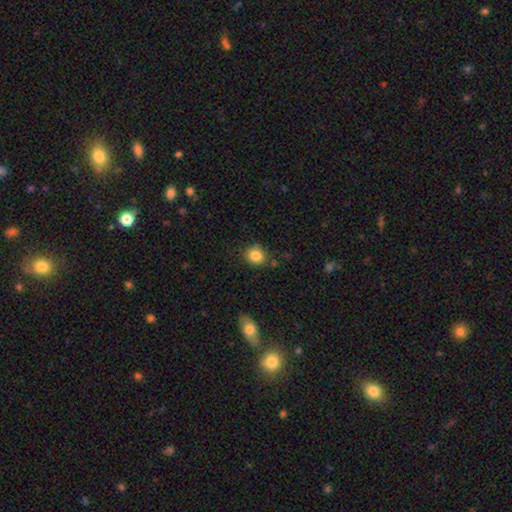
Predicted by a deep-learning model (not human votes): Q: Smooth or featured?
A: smooth (84%); runner-up: star or artifact (10%)
Q: How rounded?
A: round (80%); runner-up: in between (19%)
Q: Merging?
A: none (79%); runner-up: minor disturbance (14%)